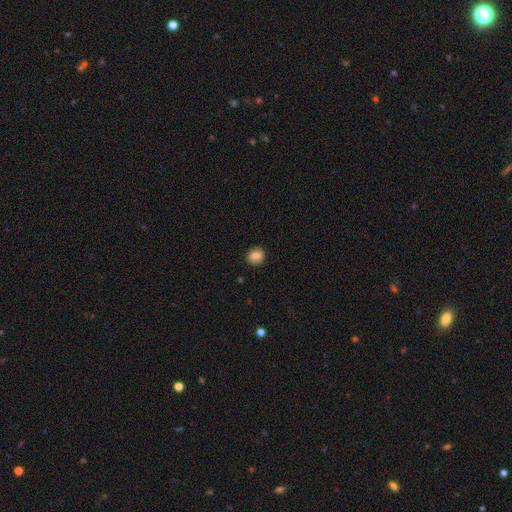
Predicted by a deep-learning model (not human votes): This appears to be a smooth galaxy with no disk features (79%) that is round (75%). Merging: none (87%).